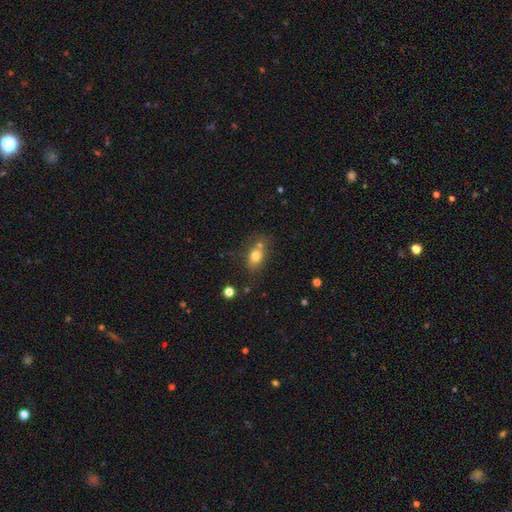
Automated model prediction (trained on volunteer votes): Morphology: type=smooth (76%); roundness=in between (64%); merging=none (56%).